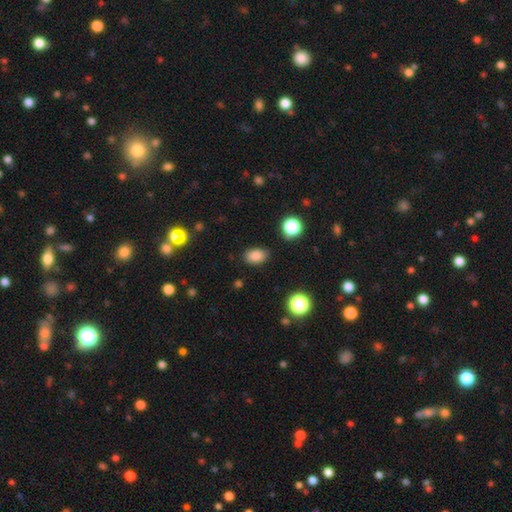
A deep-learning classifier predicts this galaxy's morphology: Smooth or featured? Predicted: smooth (p=0.83). How rounded? Predicted: in between (p=0.82). Merging? Predicted: none (p=0.83).